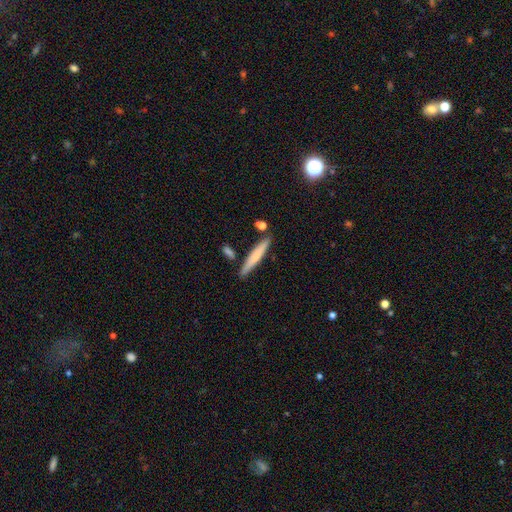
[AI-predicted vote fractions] The model was most divided on "smooth or featured": smooth: 68%, featured or disk: 26%, star or artifact: 6%. More confident: how rounded — cigar-shaped (93%); merging — none (82%).